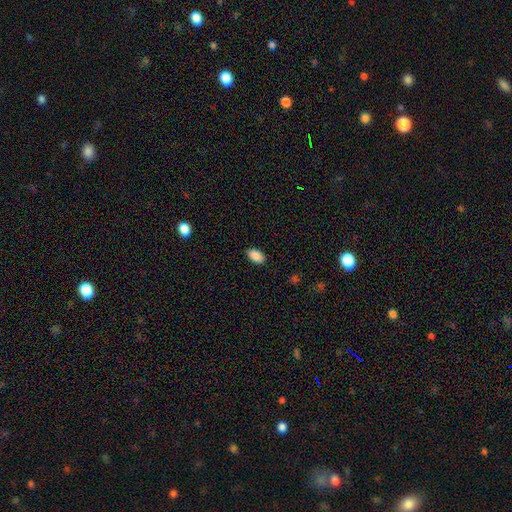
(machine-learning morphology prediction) A smooth galaxy with no disk features (89%) that is in between round and cigar-shaped (93%). Merging: none (88%).